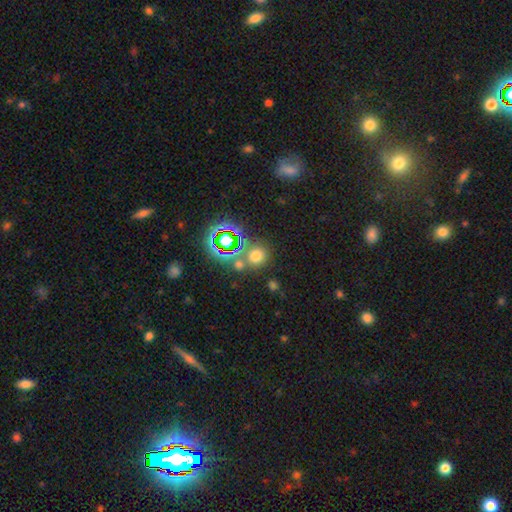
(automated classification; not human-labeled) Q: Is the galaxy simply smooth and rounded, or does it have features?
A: smooth — 61%.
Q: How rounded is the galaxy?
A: round — 82%.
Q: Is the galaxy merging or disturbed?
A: none — 69%.